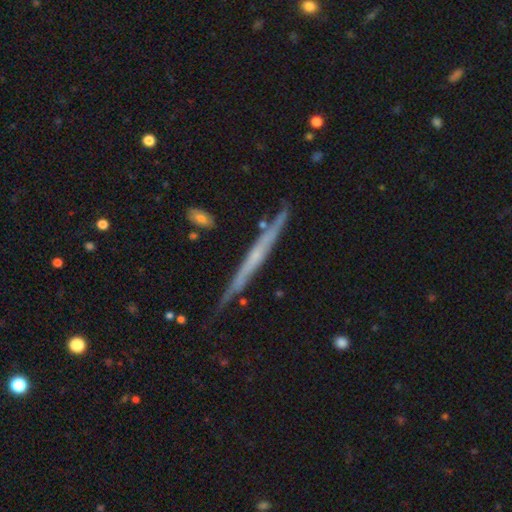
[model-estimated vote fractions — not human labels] smooth_or_featured: featured or disk (p=0.66) [alt: smooth p=0.27]
disk_edge_on: yes (p=0.96) [alt: no p=0.04]
edge_on_bulge: none (p=0.75) [alt: rounded p=0.19]
merging: none (p=0.80) [alt: minor disturbance p=0.15]